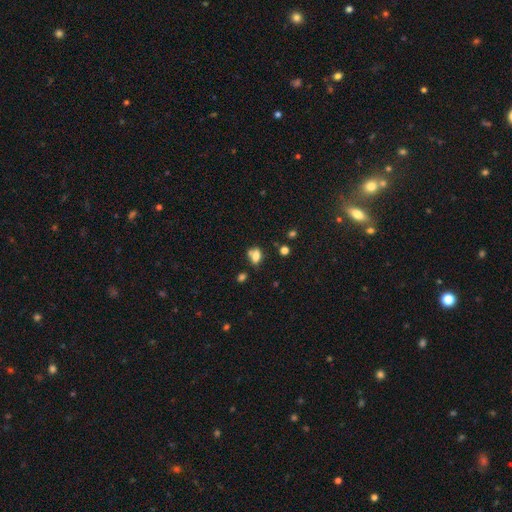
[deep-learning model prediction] Morphology: type=smooth (72%); roundness=in between (73%); merging=none (44%).